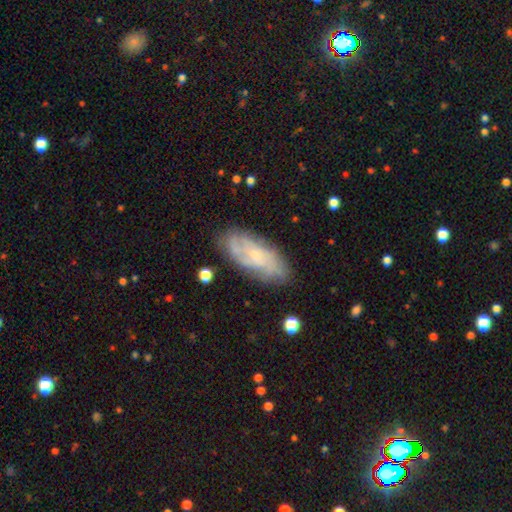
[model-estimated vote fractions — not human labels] A featured or disk galaxy (66%) with no bar (73%), spiral arms (83%) and a small central bulge (71%). Merging: none (77%).